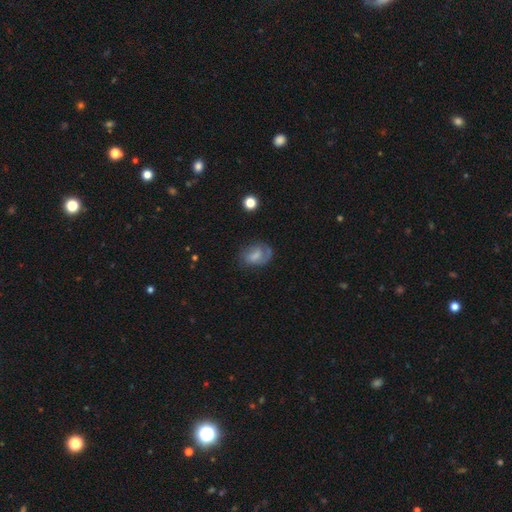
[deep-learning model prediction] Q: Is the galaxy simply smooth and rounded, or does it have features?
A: smooth — 46%.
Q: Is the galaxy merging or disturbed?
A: none — 55%.